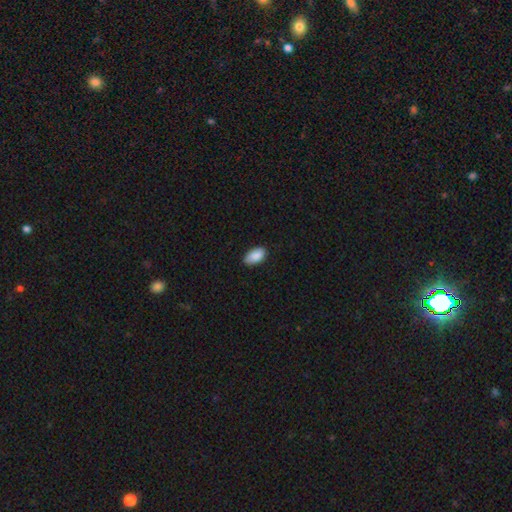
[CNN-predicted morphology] Smooth or featured? Predicted: smooth (p=0.89). How rounded? Predicted: in between (p=0.95). Merging? Predicted: none (p=0.85).